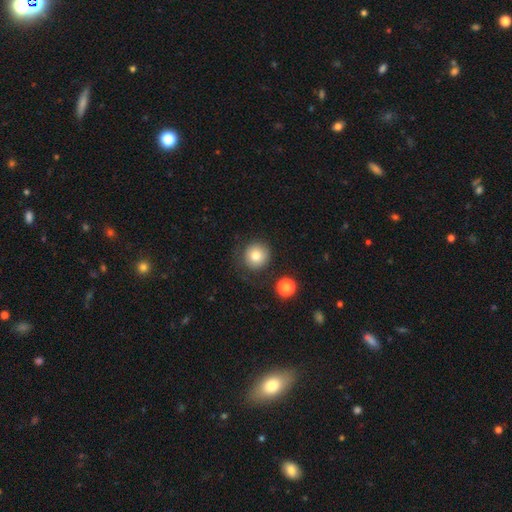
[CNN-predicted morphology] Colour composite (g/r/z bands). It shows a smooth galaxy with no disk features (79%) that is round (94%). Merging: none (78%).